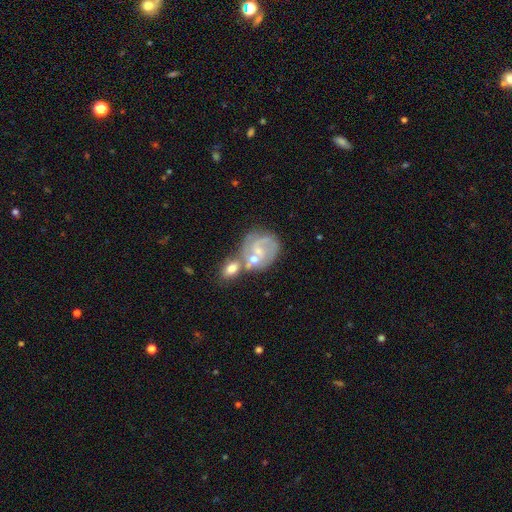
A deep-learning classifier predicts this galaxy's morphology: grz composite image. It shows a featured or disk galaxy (75%) with no bar (59%), 2 (38%) tight (52%) spiral arms (85%) and a small central bulge (60%). Merging: merger (37%, tied with none).